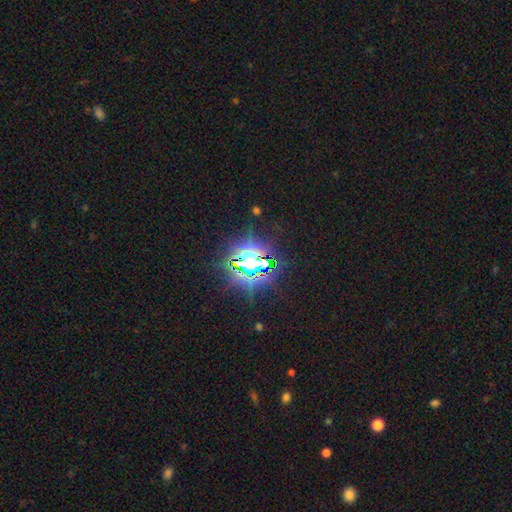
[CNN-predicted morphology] This appears to be a star or artifact, not a galaxy (76%).